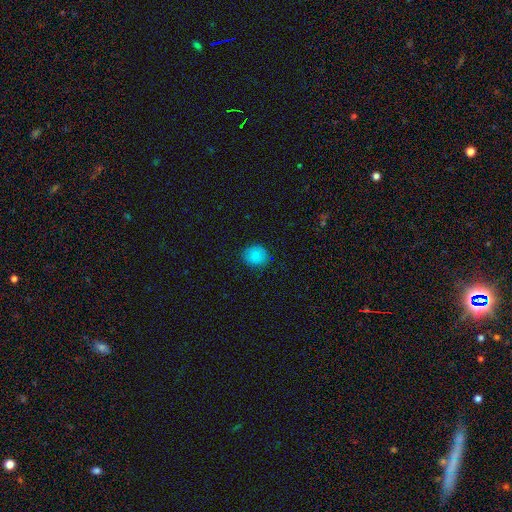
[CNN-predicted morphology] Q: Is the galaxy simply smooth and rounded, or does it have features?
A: smooth — 83%.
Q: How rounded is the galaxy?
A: round — 80%.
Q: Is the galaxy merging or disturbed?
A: none — 85%.